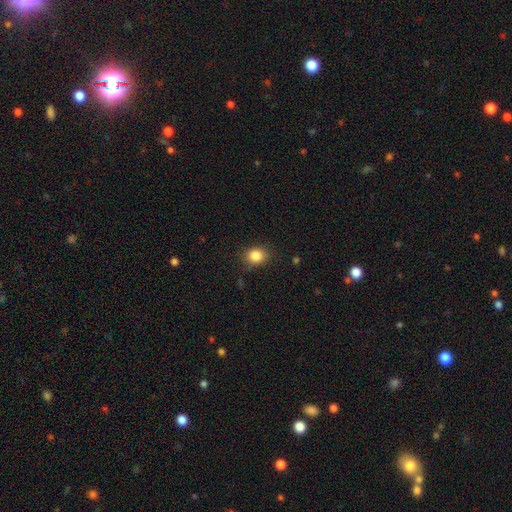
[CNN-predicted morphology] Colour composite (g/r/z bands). It shows a smooth galaxy with no disk features (85%) that is round (61%). Merging: none (83%).